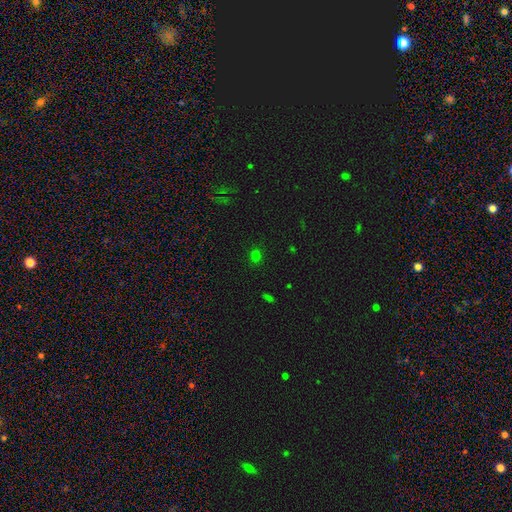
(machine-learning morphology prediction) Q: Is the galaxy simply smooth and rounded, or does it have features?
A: smooth — 72%.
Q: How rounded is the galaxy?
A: round — 69%.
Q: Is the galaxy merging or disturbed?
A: none — 88%.